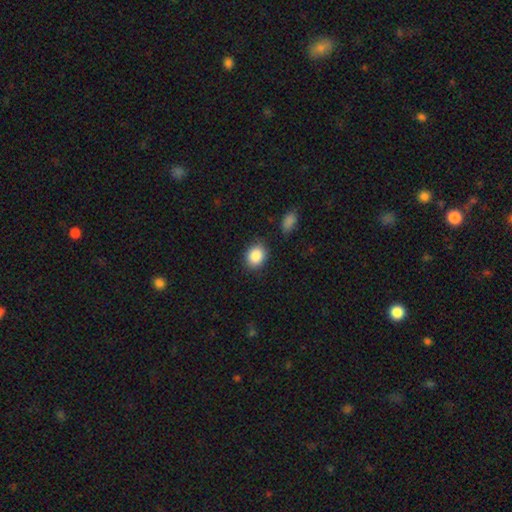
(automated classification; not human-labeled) A smooth galaxy with no disk features (88%) that is round (63%). Merging: none (84%).